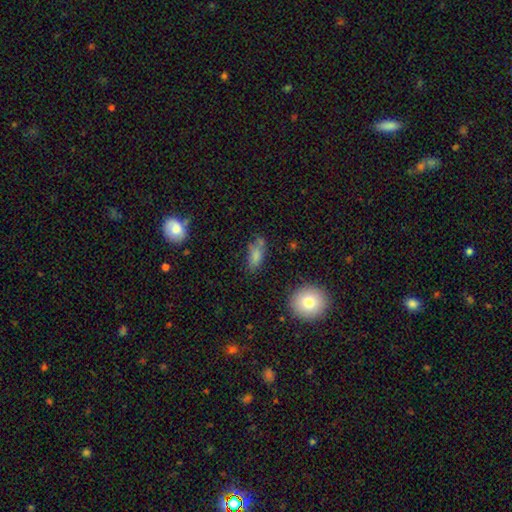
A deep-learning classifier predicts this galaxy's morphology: Overall: smooth (74%). How rounded: in between (81%). Merging: none (54%; minor disturbance 25%).